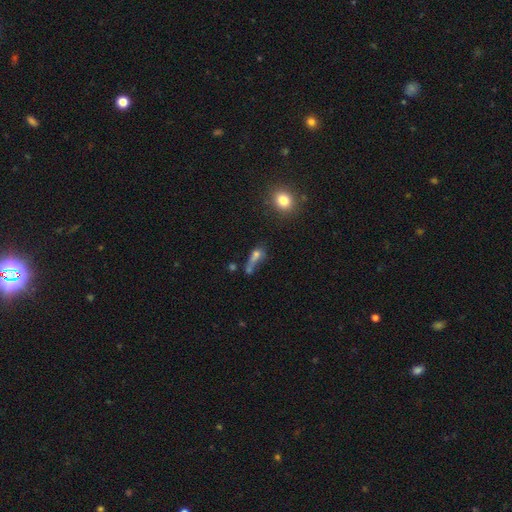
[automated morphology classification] A smooth galaxy with no disk features (54%) that is in between round and cigar-shaped (43%).

Vote fractions:
- Smooth or featured? smooth: 54% / featured or disk: 27% / star or artifact: 19%
- How rounded? in between: 43% / cigar-shaped: 32% / round: 25%
- Merging? none: 32% / merger: 29% / major disturbance: 24% / minor disturbance: 15%